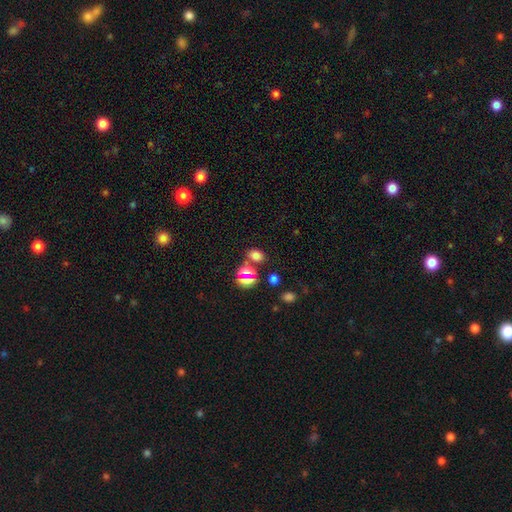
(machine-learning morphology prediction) This is likely a smooth galaxy (68%). How rounded: likely in between (69%). Merging: likely none (73%).